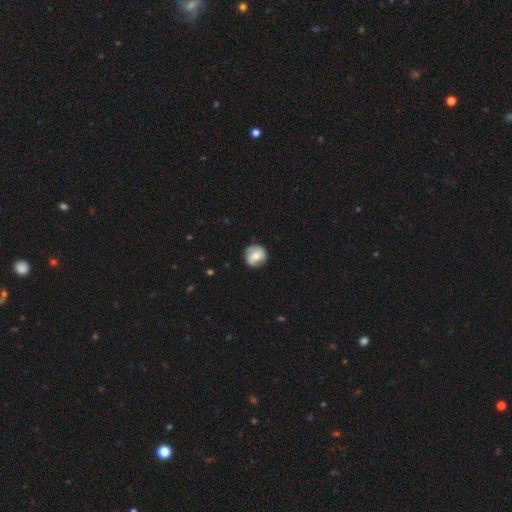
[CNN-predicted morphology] smooth-or-featured: smooth: 52% | featured or disk: 41% | star or artifact: 7%
  how-rounded: round: 86% | in between: 13% | cigar-shaped: 1%
  merging: none: 75% | minor disturbance: 18% | major disturbance: 5% | merger: 2%